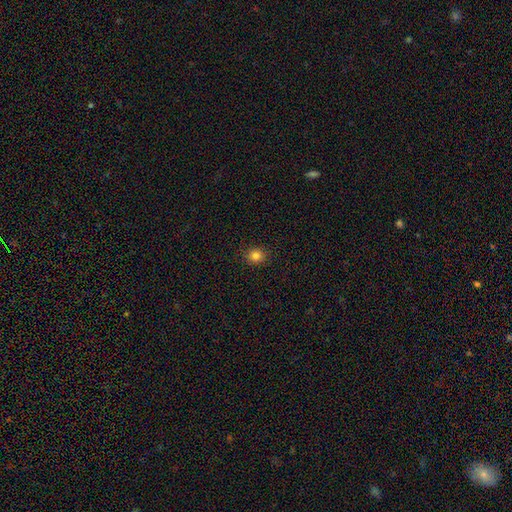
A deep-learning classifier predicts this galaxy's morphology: The model was most divided on "how rounded": round: 83%, in between: 16%, cigar-shaped: 1%. More confident: merging — none (90%); smooth or featured — smooth (83%).